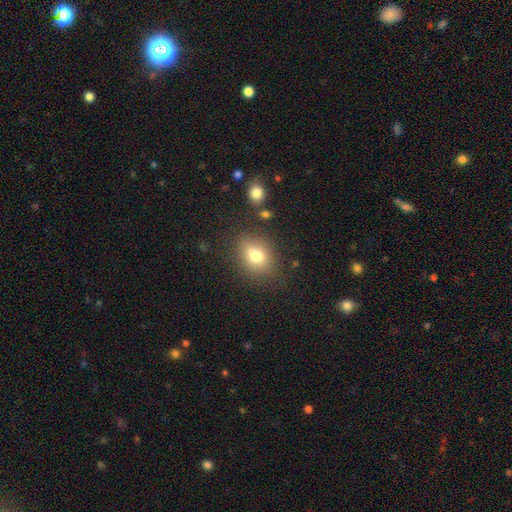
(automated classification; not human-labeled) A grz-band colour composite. It shows a smooth galaxy with no disk features (75%) that is in between round and cigar-shaped (55%). Merging: none (75%).